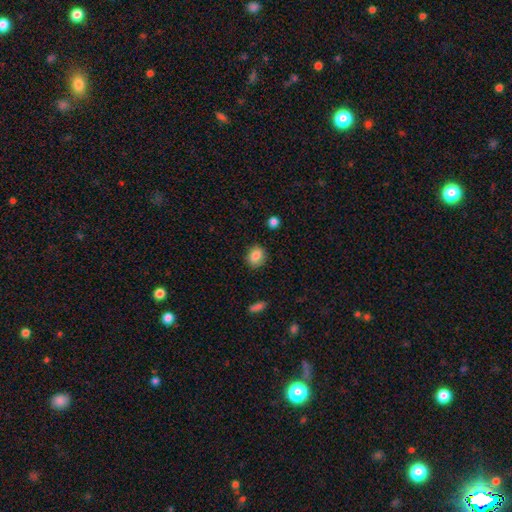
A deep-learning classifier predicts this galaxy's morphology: Smooth or featured? smooth (85%)
How rounded? round (59%)
Merging? none (86%)